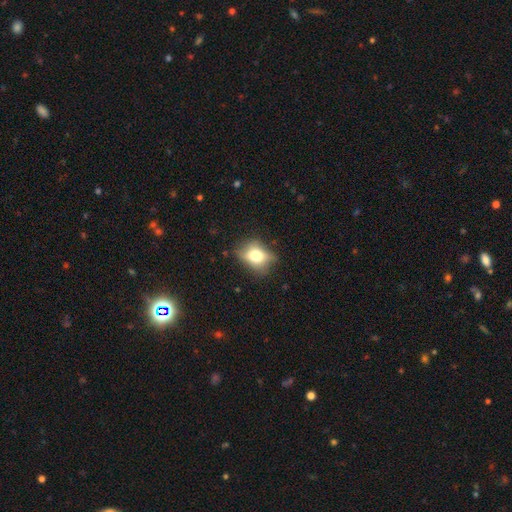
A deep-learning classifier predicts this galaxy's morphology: type=smooth (66%); roundness=in between (61%); merging=none (63%).